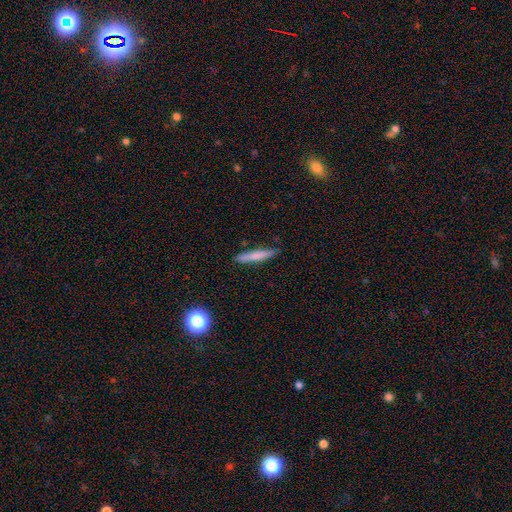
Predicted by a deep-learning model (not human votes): The model was most divided on "smooth or featured": smooth: 73%, featured or disk: 21%, star or artifact: 6%. More confident: how rounded — cigar-shaped (93%); merging — none (87%).